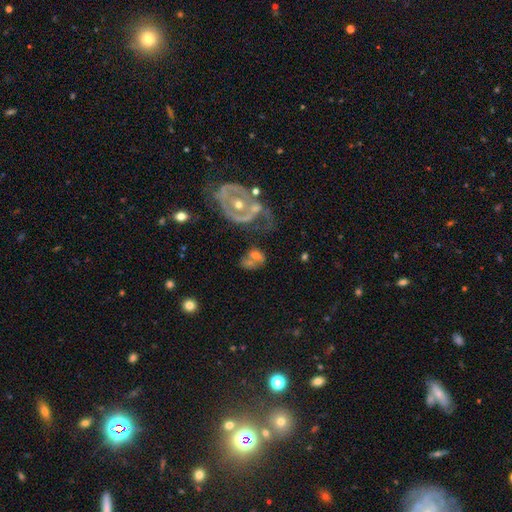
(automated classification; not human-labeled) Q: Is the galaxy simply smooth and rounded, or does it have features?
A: featured or disk — 63%.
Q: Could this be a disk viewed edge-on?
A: no — 95%.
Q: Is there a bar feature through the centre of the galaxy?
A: no — 66%.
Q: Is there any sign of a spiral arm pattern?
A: yes — 61%.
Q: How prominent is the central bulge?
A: moderate — 51%.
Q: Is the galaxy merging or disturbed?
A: none — 31%.